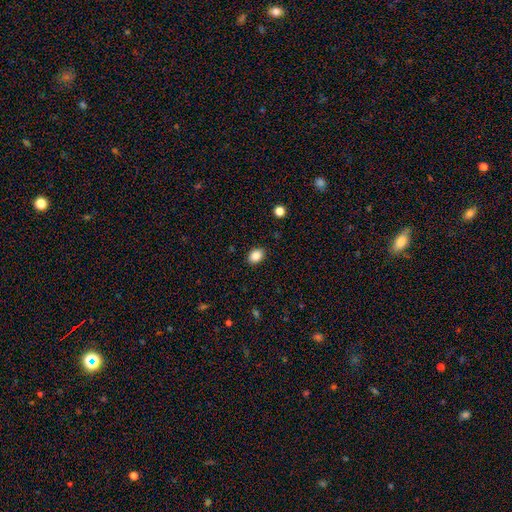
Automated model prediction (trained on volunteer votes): Smooth or featured: smooth — 86% (star or artifact — 9%)
How rounded: in between — 69% (round — 30%)
Merging: none — 88% (minor disturbance — 8%)